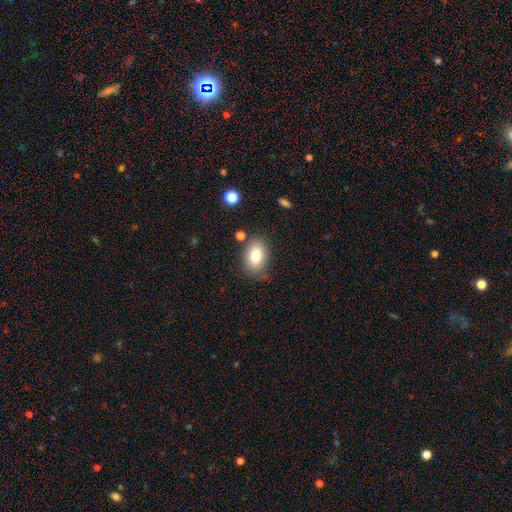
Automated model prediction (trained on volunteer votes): Smooth or featured? Predicted: smooth (p=0.79). How rounded? Predicted: in between (p=0.83). Merging? Predicted: none (p=0.75).